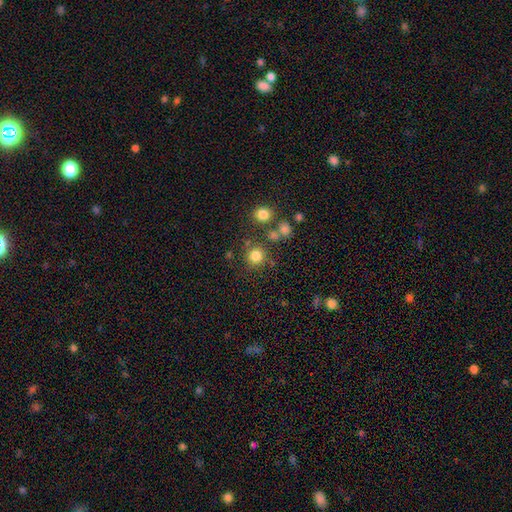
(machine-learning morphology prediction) Smooth or featured: smooth — 79% (star or artifact — 14%)
How rounded: round — 92% (in between — 7%)
Merging: none — 78% (minor disturbance — 9%)